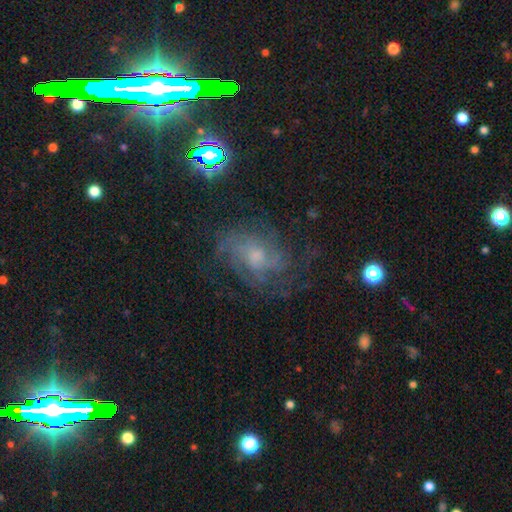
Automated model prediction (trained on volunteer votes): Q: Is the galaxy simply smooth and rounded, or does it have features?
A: featured or disk — 69%.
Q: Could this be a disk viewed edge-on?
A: no — 97%.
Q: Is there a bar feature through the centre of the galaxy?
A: no — 70%.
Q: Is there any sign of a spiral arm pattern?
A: yes — 87%.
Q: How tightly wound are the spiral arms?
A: medium — 41%, tied with tight.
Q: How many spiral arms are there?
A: can't tell — 45%.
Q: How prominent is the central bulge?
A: small — 43%.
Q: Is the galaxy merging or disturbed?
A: none — 63%.